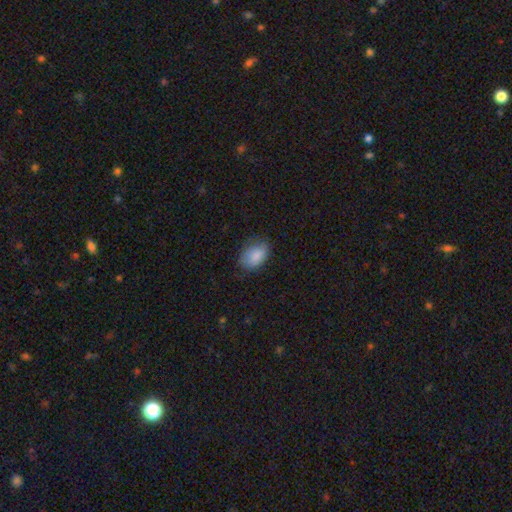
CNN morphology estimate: Smooth or featured? smooth (86%)
How rounded? in between (85%)
Merging? none (71%)